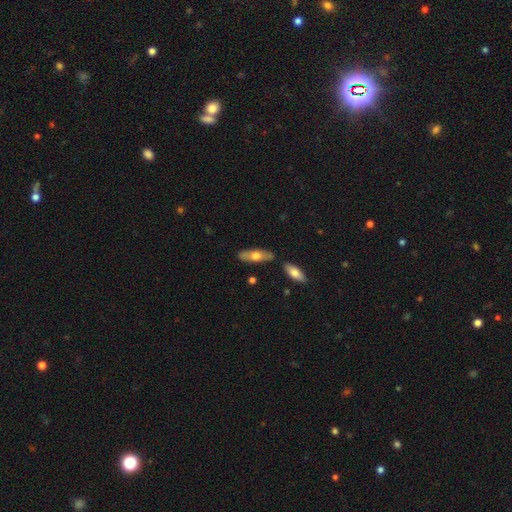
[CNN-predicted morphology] A smooth galaxy with no disk features (55%) that is in between round and cigar-shaped (54%).

Vote fractions:
- Smooth or featured? smooth: 55% / featured or disk: 39% / star or artifact: 6%
- How rounded? in between: 54% / cigar-shaped: 43% / round: 2%
- Merging? none: 76% / minor disturbance: 13% / merger: 9% / major disturbance: 3%